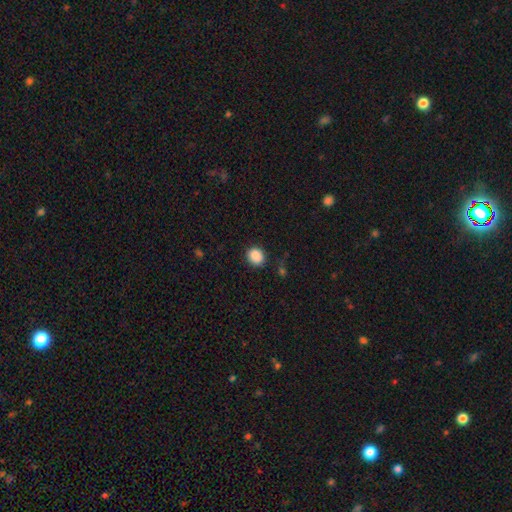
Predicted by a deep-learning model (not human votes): Smooth or featured? Predicted: smooth (p=0.88). How rounded? Predicted: round (p=0.69). Merging? Predicted: none (p=0.83).